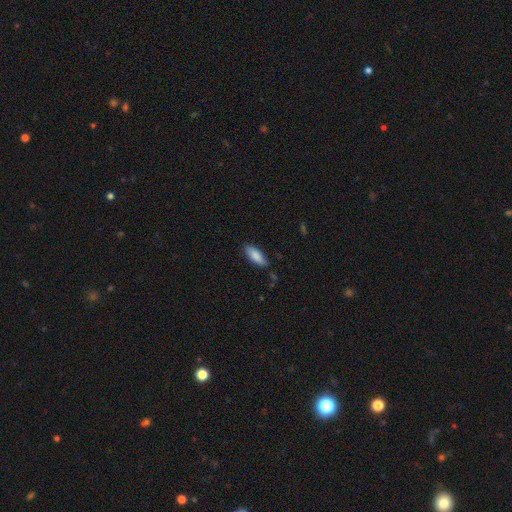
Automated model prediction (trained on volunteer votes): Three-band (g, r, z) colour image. It shows a smooth galaxy with no disk features (86%) that is in between round and cigar-shaped (72%). Merging: none (77%).